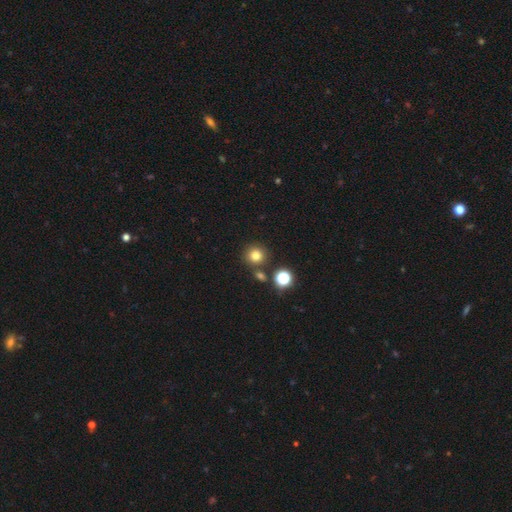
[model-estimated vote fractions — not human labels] Smooth or featured? Predicted: smooth (p=0.77). How rounded? Predicted: round (p=0.92). Merging? Predicted: none (p=0.78).